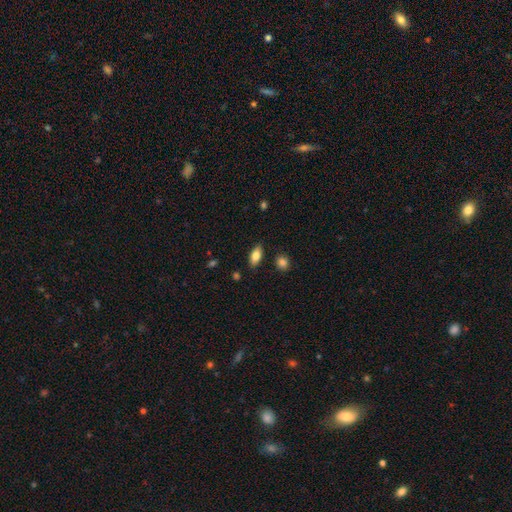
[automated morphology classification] A smooth galaxy with no disk features (79%) that is in between round and cigar-shaped (87%).

Vote fractions:
- Smooth or featured? smooth: 79% / featured or disk: 14% / star or artifact: 7%
- How rounded? in between: 87% / cigar-shaped: 9% / round: 4%
- Merging? none: 85% / minor disturbance: 11% / major disturbance: 2% / merger: 2%